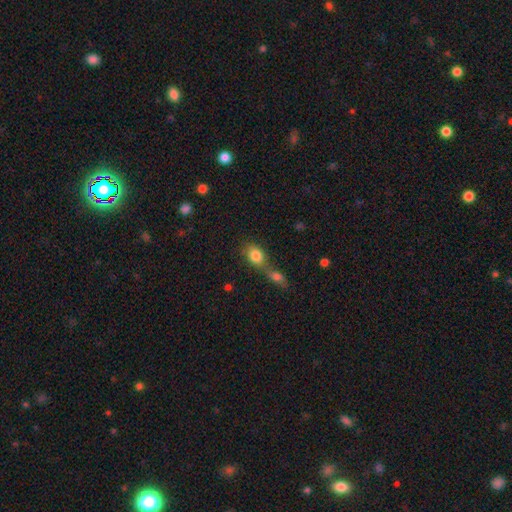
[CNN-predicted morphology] Overall: smooth (82%). How rounded: in between (61%; round 37%). Merging: merger (59%; none 28%).